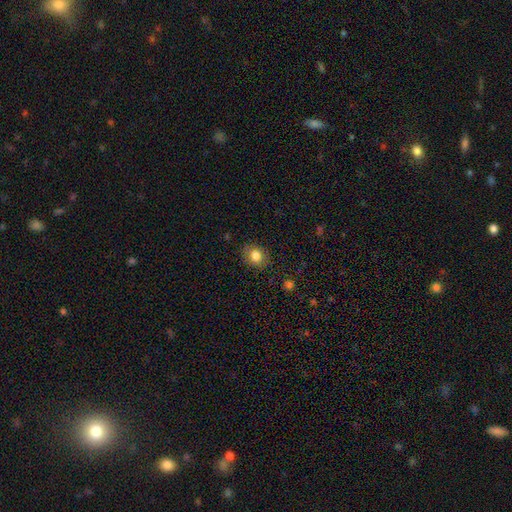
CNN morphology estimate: Smooth or featured: smooth — 82% (star or artifact — 10%)
How rounded: round — 61% (in between — 38%)
Merging: none — 84% (minor disturbance — 11%)